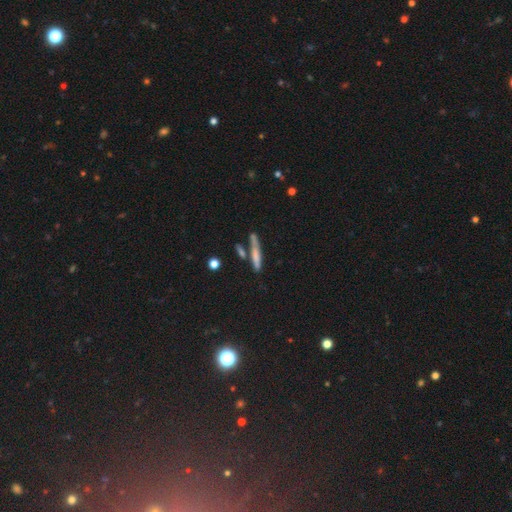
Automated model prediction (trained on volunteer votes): The model was most divided on "smooth or featured": smooth: 64%, featured or disk: 28%, star or artifact: 8%. More confident: how rounded — cigar-shaped (89%); merging — none (62%).